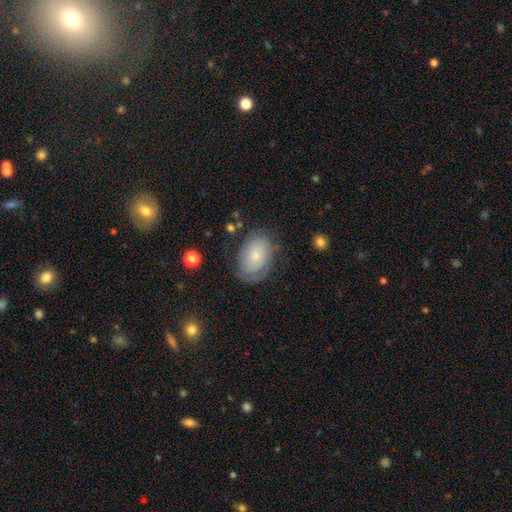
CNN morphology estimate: This appears to be a smooth galaxy with no disk features (52%) that is in between round and cigar-shaped (85%). Merging: none (66%).